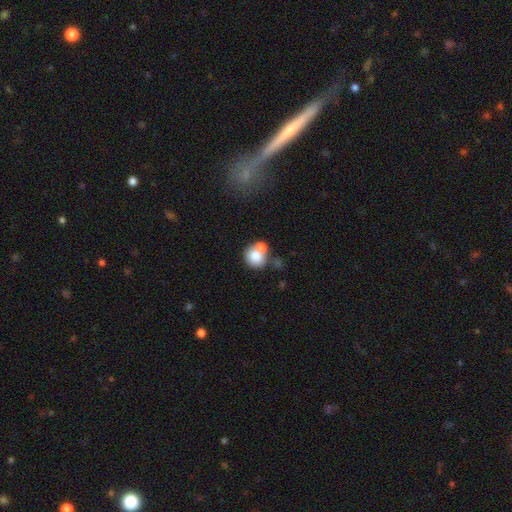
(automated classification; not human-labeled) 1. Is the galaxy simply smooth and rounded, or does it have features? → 74% smooth, 16% featured or disk, 10% star or artifact.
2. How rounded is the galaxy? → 81% round, 18% in between, 1% cigar-shaped.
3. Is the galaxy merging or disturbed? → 45% merger, 41% none, 9% minor disturbance, 4% major disturbance.